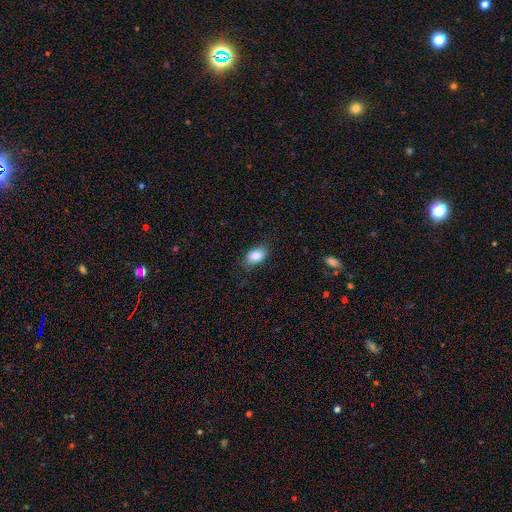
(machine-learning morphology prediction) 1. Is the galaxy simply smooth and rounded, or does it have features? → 86% smooth, 7% star or artifact, 6% featured or disk.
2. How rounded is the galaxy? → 87% in between, 12% round, 2% cigar-shaped.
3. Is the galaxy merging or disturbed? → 79% none, 16% minor disturbance, 4% major disturbance, 1% merger.